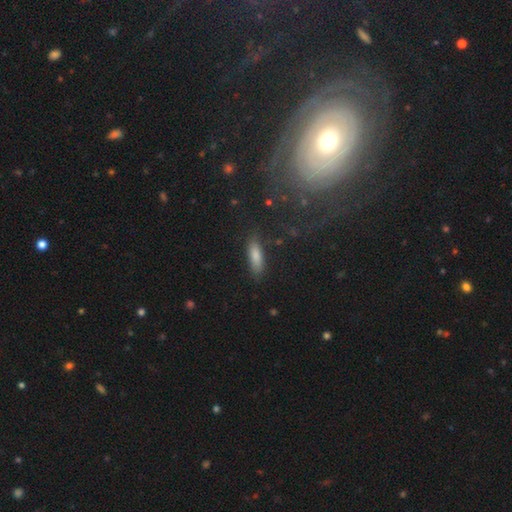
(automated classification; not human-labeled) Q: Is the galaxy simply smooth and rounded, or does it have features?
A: smooth — 82%.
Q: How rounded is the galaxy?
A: in between — 49%, tied with cigar-shaped.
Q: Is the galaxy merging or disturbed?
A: none — 81%.